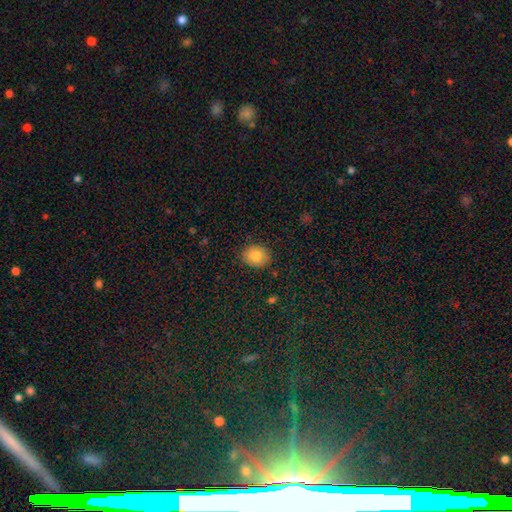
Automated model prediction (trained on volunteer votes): smooth-or-featured: smooth: 82% | star or artifact: 9% | featured or disk: 9%
  how-rounded: round: 64% | in between: 35% | cigar-shaped: 1%
  merging: none: 87% | minor disturbance: 9% | major disturbance: 2% | merger: 1%